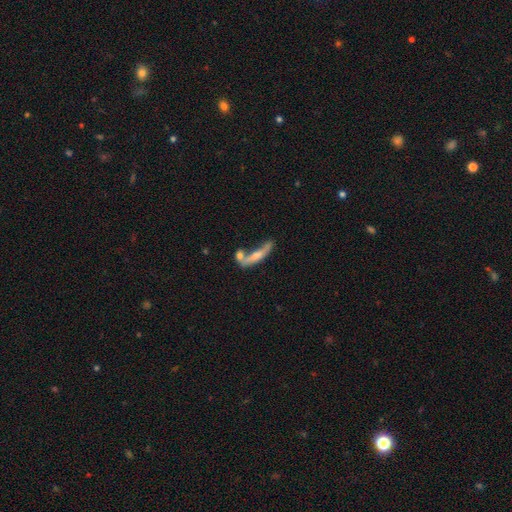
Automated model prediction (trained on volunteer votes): Overall: smooth (53%; featured or disk 39%). How rounded: cigar-shaped (73%). Merging: merger (45%; none 29%).